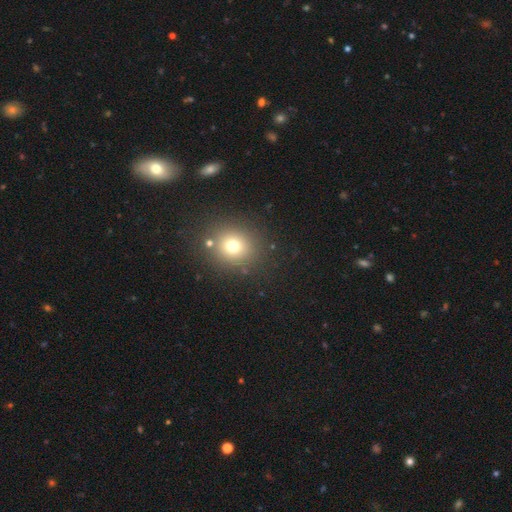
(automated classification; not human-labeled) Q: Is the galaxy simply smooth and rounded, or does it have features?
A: smooth — 62%.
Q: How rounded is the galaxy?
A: round — 83%.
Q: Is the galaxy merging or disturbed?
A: none — 84%.